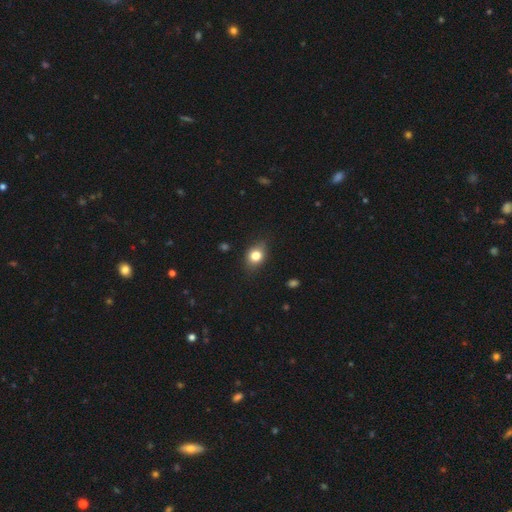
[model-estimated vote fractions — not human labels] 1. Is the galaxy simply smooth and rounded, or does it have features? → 78% smooth, 12% featured or disk, 10% star or artifact.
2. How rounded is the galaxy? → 52% in between, 46% round, 2% cigar-shaped.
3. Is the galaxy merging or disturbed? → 80% none, 16% minor disturbance, 3% major disturbance, 1% merger.